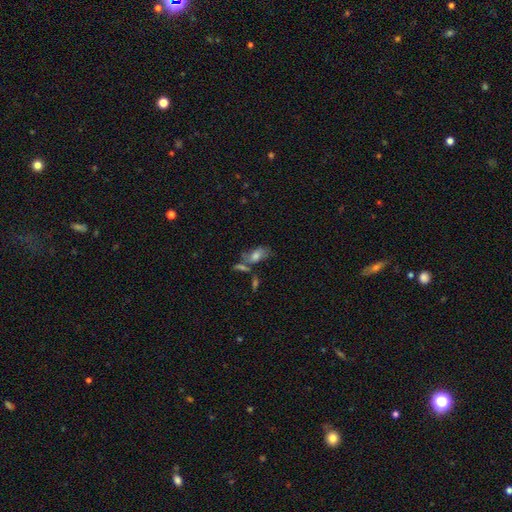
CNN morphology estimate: A smooth galaxy with no disk features (59%) that is in between round and cigar-shaped (86%).

Vote fractions:
- Smooth or featured? smooth: 59% / featured or disk: 27% / star or artifact: 13%
- How rounded? in between: 86% / cigar-shaped: 7% / round: 7%
- Merging? none: 41% / merger: 28% / minor disturbance: 19% / major disturbance: 12%